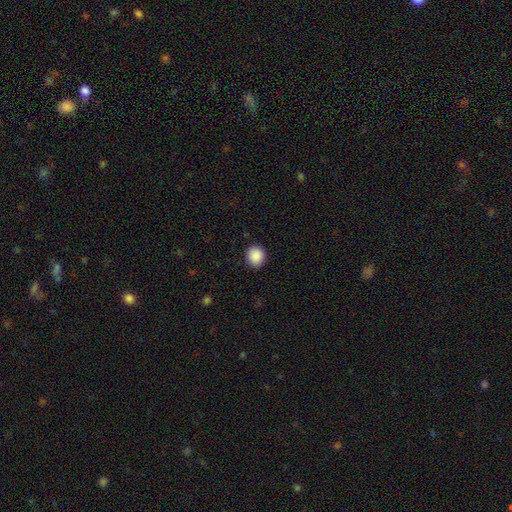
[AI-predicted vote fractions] Overall: smooth (90%). How rounded: round (82%). Merging: none (90%).